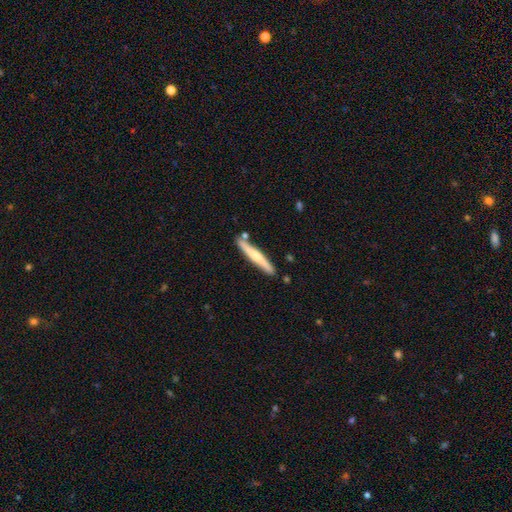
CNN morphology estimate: smooth 53%, featured or disk 42%, star or artifact 5%. Down the decision tree: how rounded — cigar-shaped (95%); merging — none (83%).